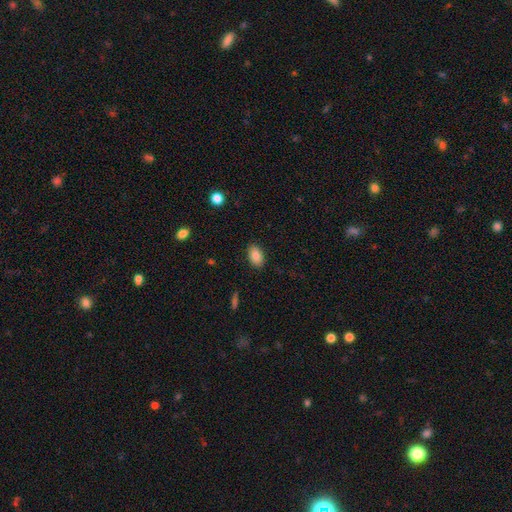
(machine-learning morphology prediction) smooth_or_featured: smooth (p=0.83) [alt: featured or disk p=0.09]
how_rounded: in between (p=0.91) [alt: round p=0.08]
merging: none (p=0.88) [alt: minor disturbance p=0.09]